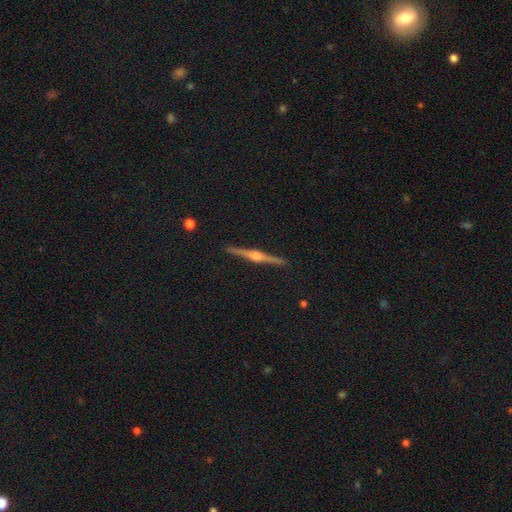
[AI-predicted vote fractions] Morphology: type=featured or disk (86%); edge-on=yes (99%); edge-on bulge=rounded (87%); merging=none (93%).